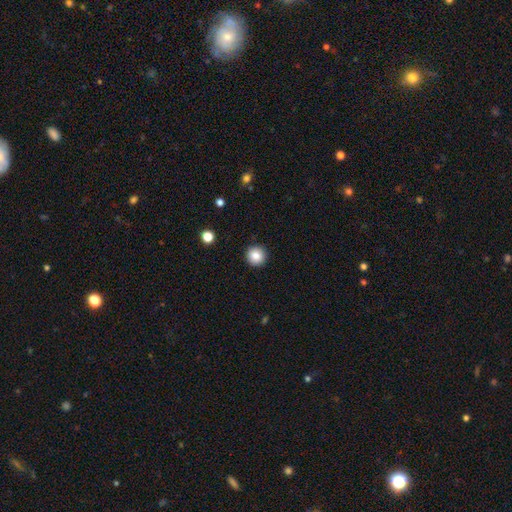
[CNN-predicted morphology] This appears to be a smooth galaxy with no disk features (86%) that is round (95%). Merging: none (92%).